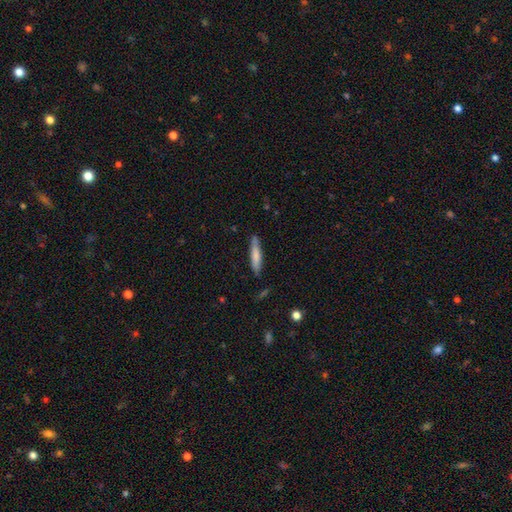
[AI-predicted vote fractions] smooth_or_featured: smooth (p=0.75) [alt: featured or disk p=0.20]
how_rounded: cigar-shaped (p=0.87) [alt: in between p=0.12]
merging: none (p=0.83) [alt: minor disturbance p=0.13]